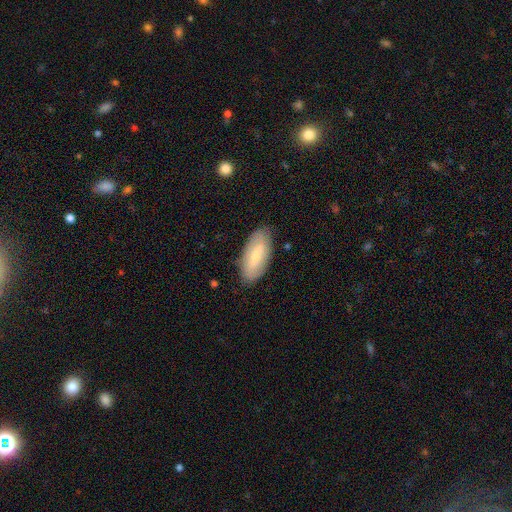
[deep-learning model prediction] Overall: smooth (57%; featured or disk 37%). How rounded: in between (84%). Merging: none (84%).